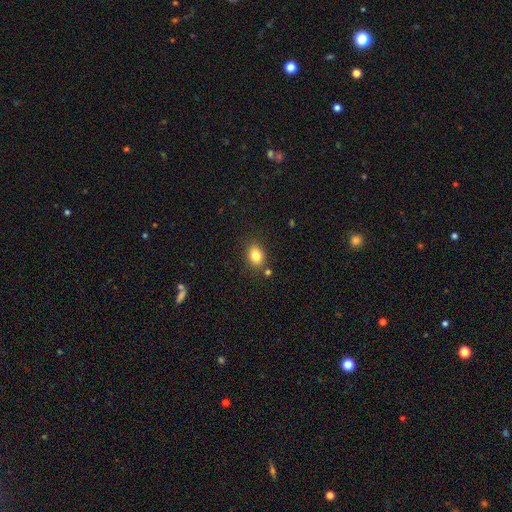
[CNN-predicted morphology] type=smooth (81%); roundness=in between (61%); merging=none (80%).